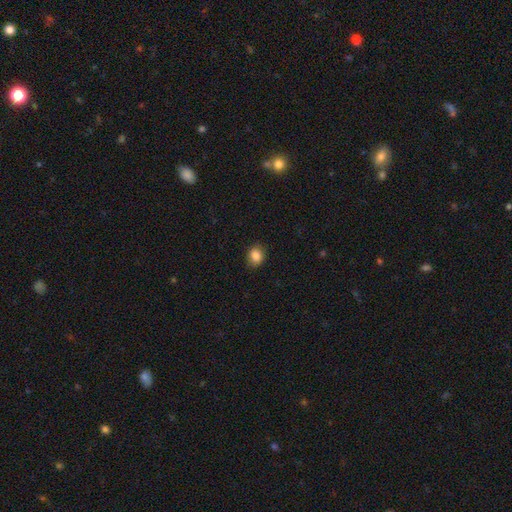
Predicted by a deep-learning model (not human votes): Morphology: type=smooth (86%); roundness=round (57%); merging=none (85%).